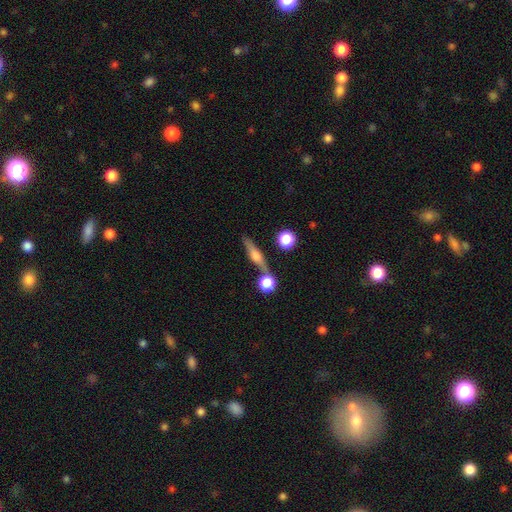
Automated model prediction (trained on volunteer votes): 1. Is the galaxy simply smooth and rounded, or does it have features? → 63% featured or disk, 29% smooth, 9% star or artifact.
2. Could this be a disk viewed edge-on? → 94% yes, 6% no.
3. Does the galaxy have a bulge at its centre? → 88% rounded, 8% boxy, 4% none.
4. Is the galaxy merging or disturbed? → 72% none, 13% merger, 11% minor disturbance, 4% major disturbance.